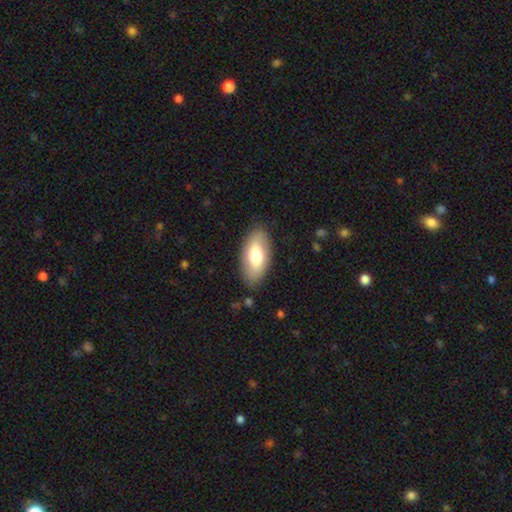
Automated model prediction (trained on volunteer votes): smooth 67%, featured or disk 27%, star or artifact 6%. Down the decision tree: how rounded — in between (92%); merging — none (84%).